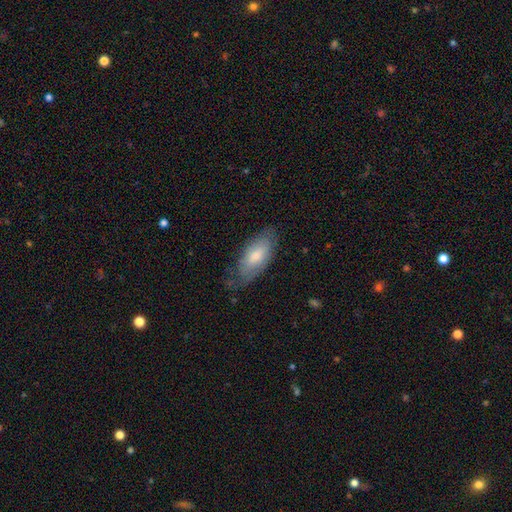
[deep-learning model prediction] smooth-or-featured: smooth: 66% | featured or disk: 28% | star or artifact: 6%
  how-rounded: in between: 85% | cigar-shaped: 13% | round: 2%
  merging: none: 64% | minor disturbance: 26% | major disturbance: 8% | merger: 1%